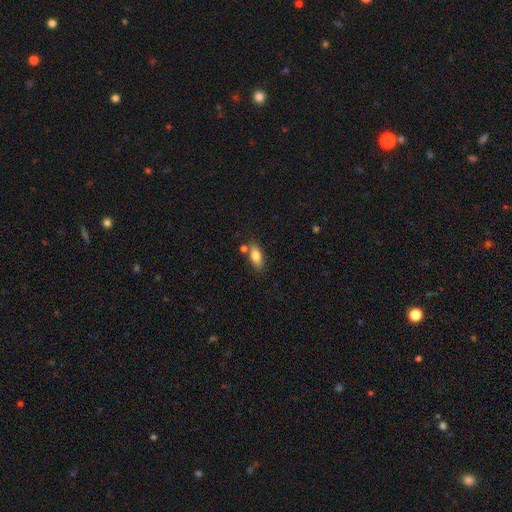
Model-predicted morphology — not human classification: This is likely a smooth galaxy (79%). How rounded: clearly in between (82%). Merging: likely none (73%).